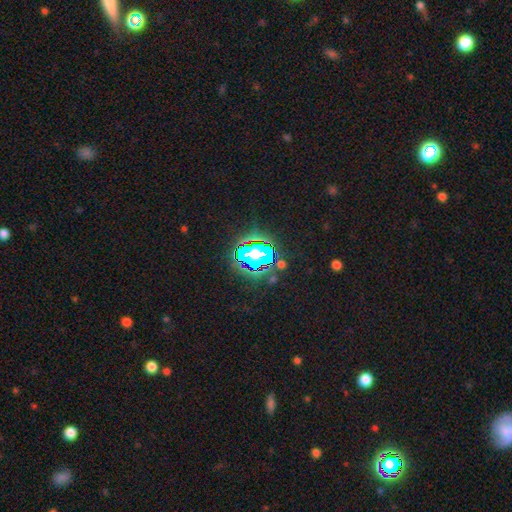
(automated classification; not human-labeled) Smooth or featured? star or artifact (56%)